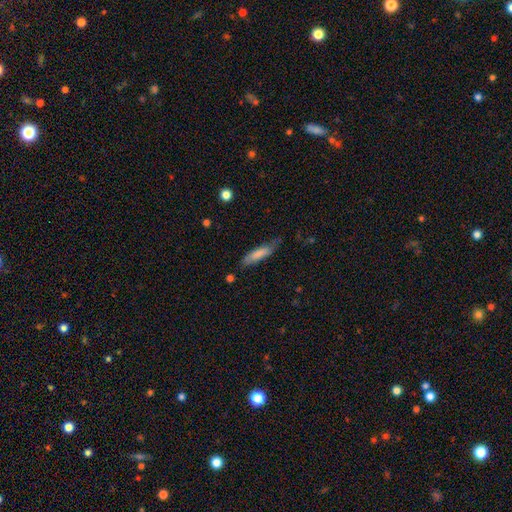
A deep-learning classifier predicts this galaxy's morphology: This appears to be a smooth galaxy with no disk features (69%) that is cigar-shaped (77%). Merging: none (69%).